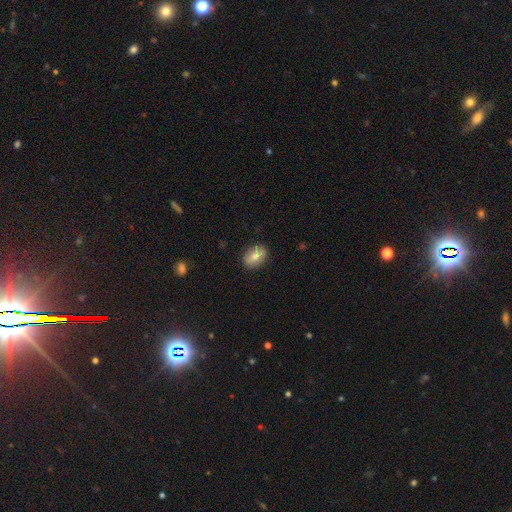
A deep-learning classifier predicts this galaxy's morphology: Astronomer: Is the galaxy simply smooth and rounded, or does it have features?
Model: smooth — 73%.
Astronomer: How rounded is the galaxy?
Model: in between — 75%.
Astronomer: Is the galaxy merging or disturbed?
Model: none — 87%.